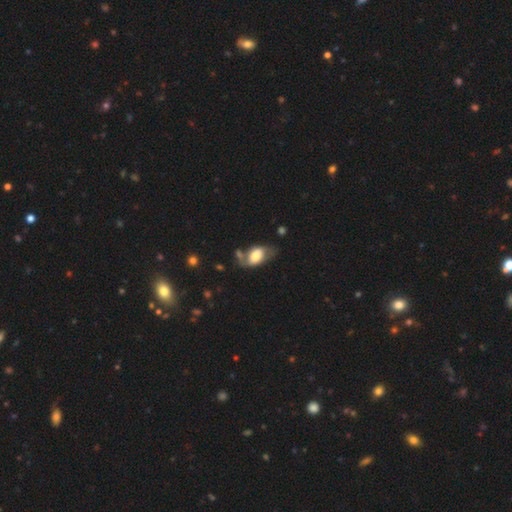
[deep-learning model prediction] Morphology: type=smooth (60%); roundness=in between (91%); merging=none (44%).